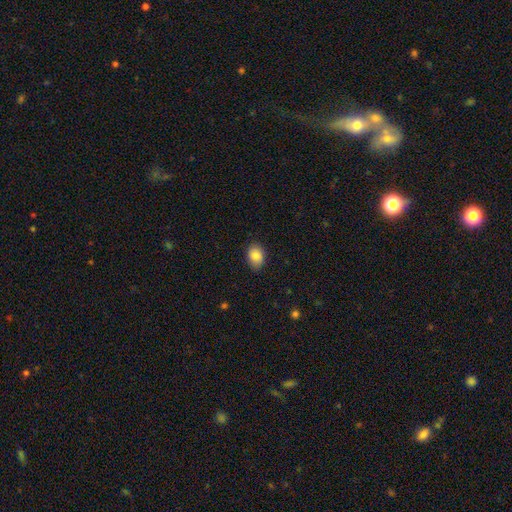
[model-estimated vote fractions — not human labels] Smooth or featured? Predicted: smooth (p=0.87). How rounded? Predicted: in between (p=0.75). Merging? Predicted: none (p=0.86).